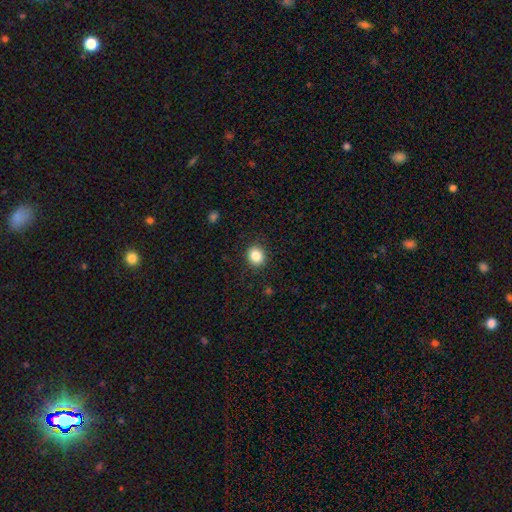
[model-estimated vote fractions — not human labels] Smooth or featured?
  - smooth: 85% *
  - star or artifact: 10%
  - featured or disk: 5%
How rounded?
  - round: 73% *
  - in between: 26%
  - cigar-shaped: 1%
Merging?
  - none: 88% *
  - minor disturbance: 8%
  - major disturbance: 2%
  - merger: 1%